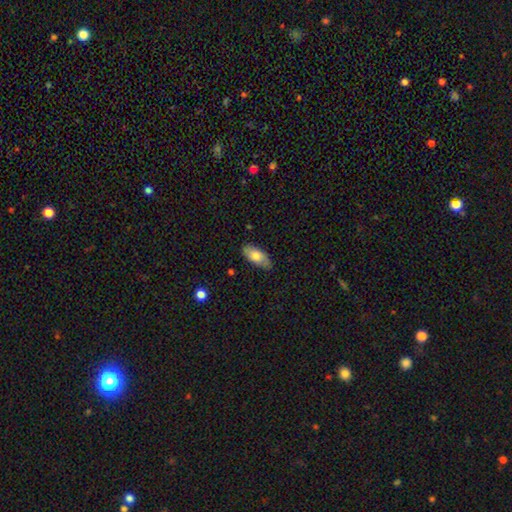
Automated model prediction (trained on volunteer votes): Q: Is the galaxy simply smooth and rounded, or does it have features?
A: smooth — 77%.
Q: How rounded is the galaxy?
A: in between — 88%.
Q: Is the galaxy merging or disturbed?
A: none — 82%.